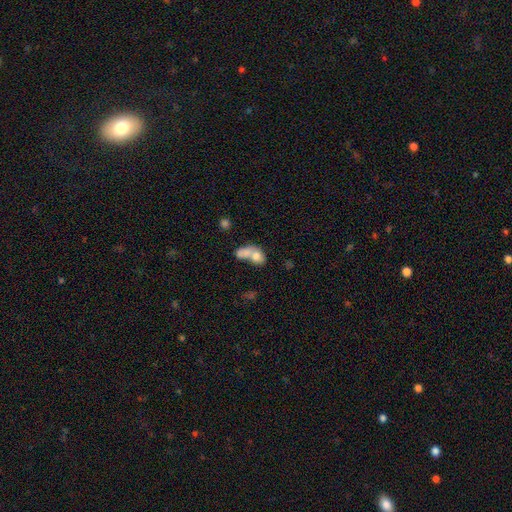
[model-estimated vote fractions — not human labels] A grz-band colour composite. It shows a smooth galaxy with no disk features (72%) that is in between round and cigar-shaped (69%). Merging: merger (68%).